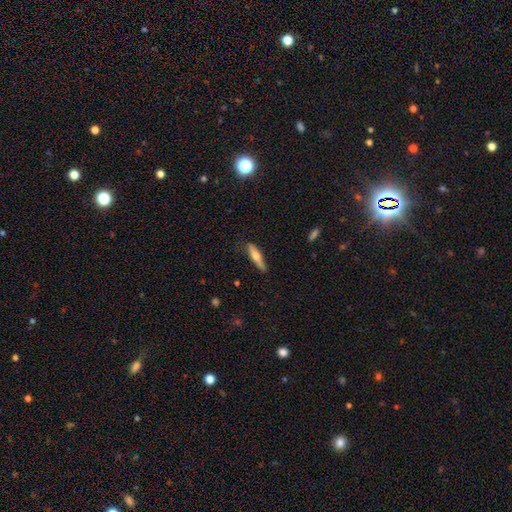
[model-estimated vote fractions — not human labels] Smooth or featured?
  - smooth: 56% *
  - featured or disk: 38%
  - star or artifact: 6%
How rounded?
  - cigar-shaped: 78% *
  - in between: 20%
  - round: 2%
Merging?
  - none: 77% *
  - minor disturbance: 17%
  - major disturbance: 3%
  - merger: 2%